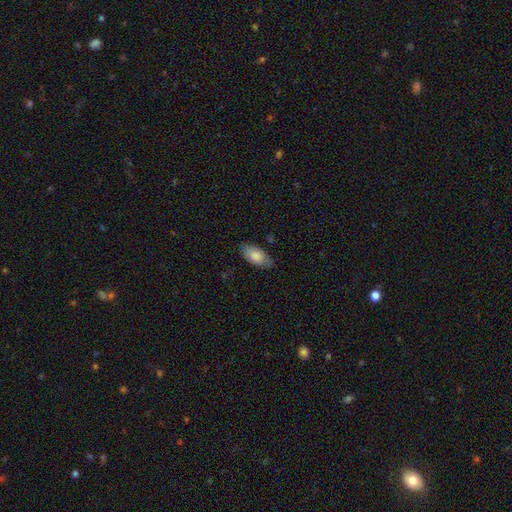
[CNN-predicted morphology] Smooth or featured? Predicted: smooth (p=0.81). How rounded? Predicted: in between (p=0.93). Merging? Predicted: none (p=0.80).